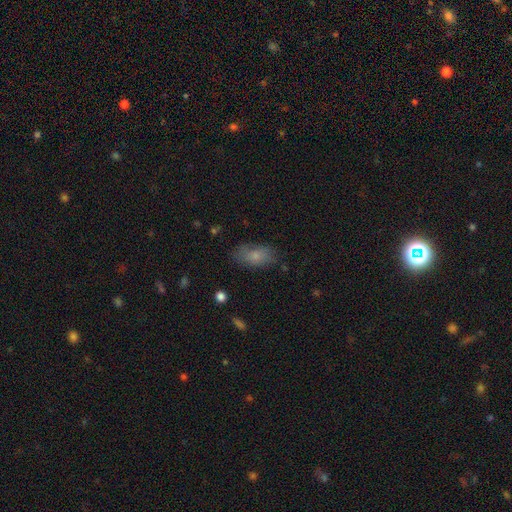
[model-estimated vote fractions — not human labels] Q: Smooth or featured?
A: smooth (78%); runner-up: featured or disk (13%)
Q: How rounded?
A: in between (90%); runner-up: cigar-shaped (5%)
Q: Merging?
A: none (72%); runner-up: minor disturbance (19%)